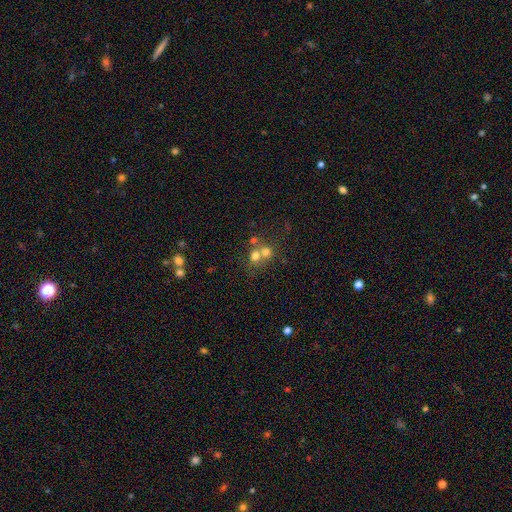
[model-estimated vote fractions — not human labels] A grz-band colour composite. It shows a smooth galaxy with no disk features (66%) that is round (79%). Merging: merger (55%).